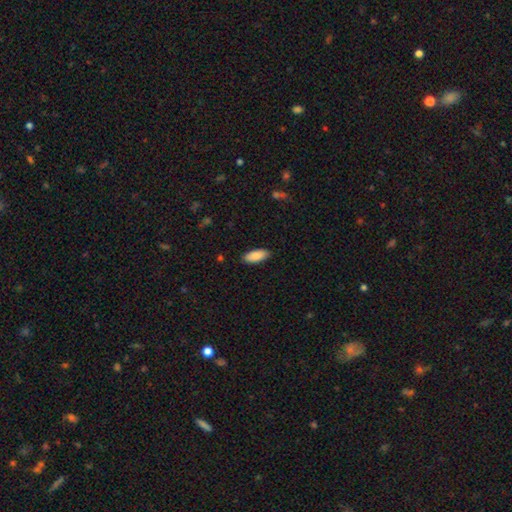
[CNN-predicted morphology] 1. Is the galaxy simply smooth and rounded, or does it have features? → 88% smooth, 6% featured or disk, 6% star or artifact.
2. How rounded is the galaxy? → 83% in between, 15% cigar-shaped, 2% round.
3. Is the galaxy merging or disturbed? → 88% none, 9% minor disturbance, 2% major disturbance, 1% merger.